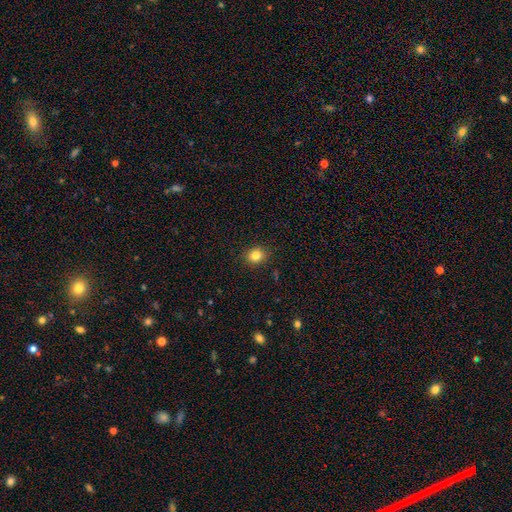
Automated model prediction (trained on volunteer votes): smooth-or-featured: smooth: 83% | star or artifact: 11% | featured or disk: 6%
  how-rounded: round: 68% | in between: 31% | cigar-shaped: 1%
  merging: none: 90% | minor disturbance: 7% | major disturbance: 2% | merger: 1%